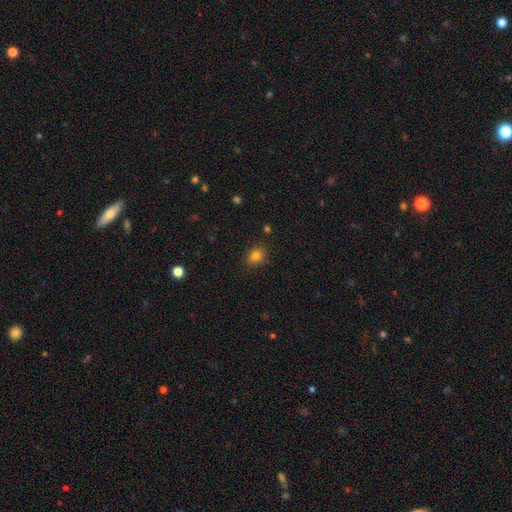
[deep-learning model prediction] smooth 80%, star or artifact 14%, featured or disk 6%. Down the decision tree: how rounded — round (68%); merging — none (86%).